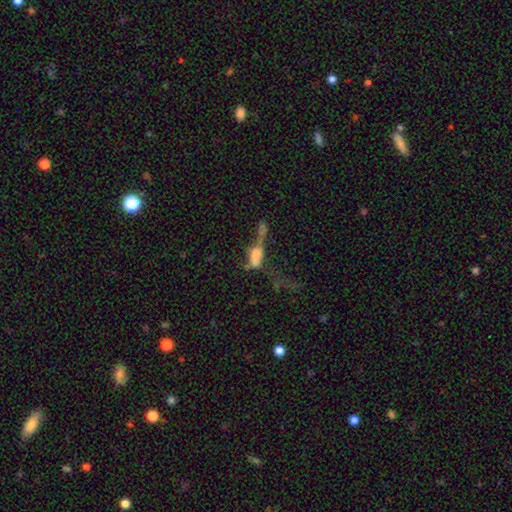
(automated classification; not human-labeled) smooth-or-featured: smooth: 51% | featured or disk: 34% | star or artifact: 15%
  how-rounded: in between: 69% | cigar-shaped: 22% | round: 8%
  merging: merger: 41% | major disturbance: 36% | none: 13% | minor disturbance: 10%